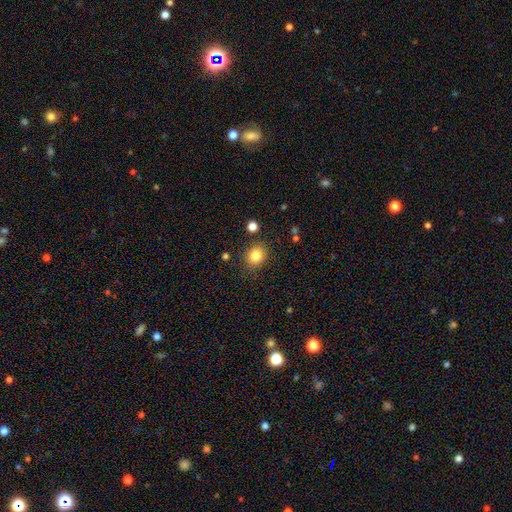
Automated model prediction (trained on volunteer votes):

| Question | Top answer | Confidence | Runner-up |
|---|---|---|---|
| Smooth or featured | smooth | 83% | star or artifact (10%) |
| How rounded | round | 66% | in between (33%) |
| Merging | none | 84% | minor disturbance (10%) |